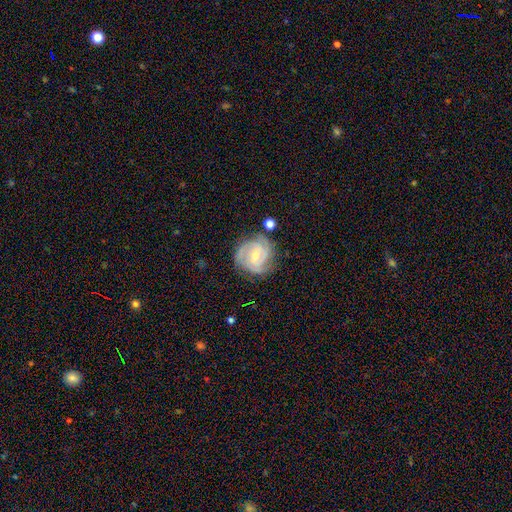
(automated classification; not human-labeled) Q: Smooth or featured?
A: featured or disk (84%); runner-up: smooth (10%)
Q: Edge-on disk?
A: no (98%); runner-up: yes (2%)
Q: Bar?
A: no (45%); tied with: weak (45%)
Q: Spiral arms?
A: yes (96%); runner-up: no (4%)
Q: Spiral winding?
A: tight (66%); runner-up: medium (29%)
Q: Spiral arm count?
A: 3 (43%); runner-up: 2 (25%)
Q: Bulge size?
A: moderate (57%); runner-up: small (39%)
Q: Merging?
A: none (74%); runner-up: minor disturbance (18%)